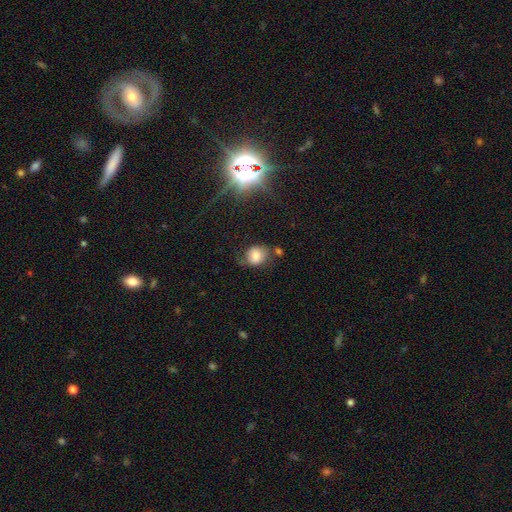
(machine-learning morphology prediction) Overall: smooth (72%). How rounded: round (60%; in between 38%). Merging: none (55%; minor disturbance 26%).